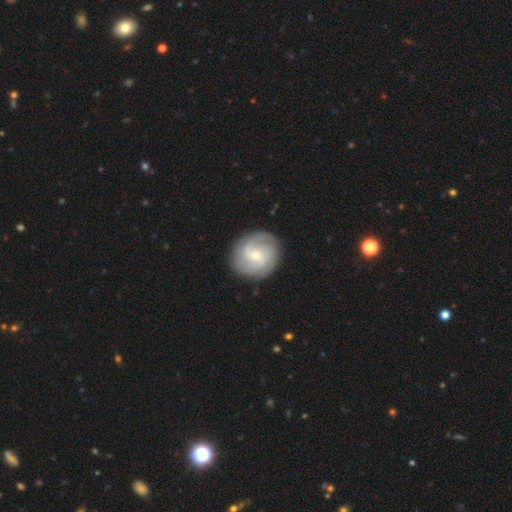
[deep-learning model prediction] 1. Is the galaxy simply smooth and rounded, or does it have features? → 78% featured or disk, 16% smooth, 6% star or artifact.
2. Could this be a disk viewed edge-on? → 98% no, 2% yes.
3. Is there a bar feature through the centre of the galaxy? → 50% no, 41% weak, 9% strong.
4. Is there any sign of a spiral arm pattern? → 94% yes, 6% no.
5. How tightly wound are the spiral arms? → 46% tight, 42% medium, 13% loose.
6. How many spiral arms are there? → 33% 2, 30% 3, 19% can't tell, 8% 4, 5% 1, 5% more than 4.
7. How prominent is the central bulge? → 62% small, 35% moderate, 1% large, 1% none, 1% dominant.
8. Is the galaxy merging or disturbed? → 85% none, 11% minor disturbance, 3% major disturbance, 1% merger.